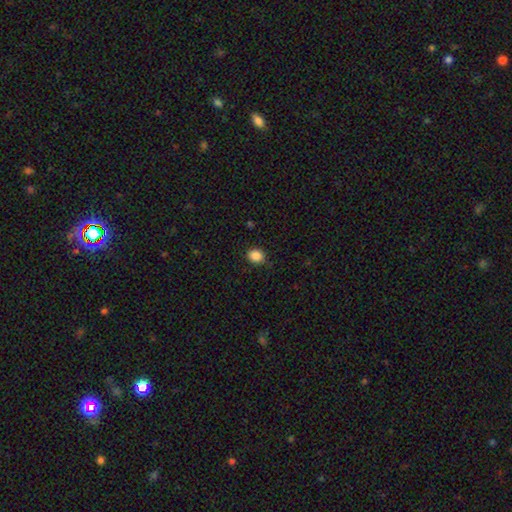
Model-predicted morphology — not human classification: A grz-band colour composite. It shows a smooth galaxy with no disk features (86%) that is round (67%). Merging: none (85%).